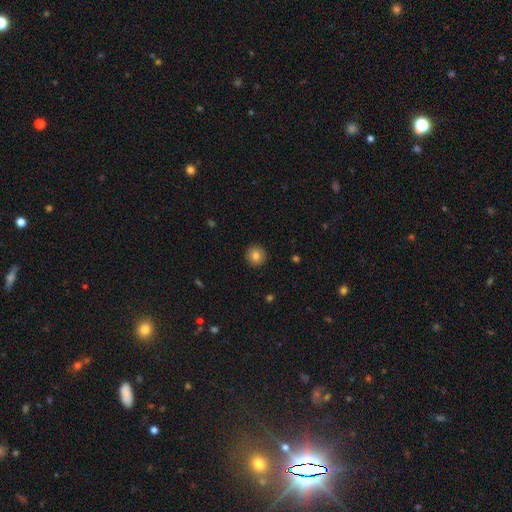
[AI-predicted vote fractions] smooth_or_featured: smooth (p=0.83) [alt: star or artifact p=0.09]
how_rounded: round (p=0.94) [alt: in between p=0.05]
merging: none (p=0.92) [alt: minor disturbance p=0.05]